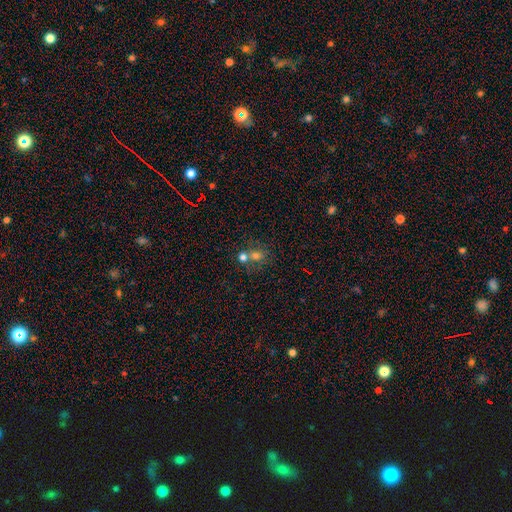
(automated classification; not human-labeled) Q: Smooth or featured?
A: smooth (58%); runner-up: star or artifact (24%)
Q: How rounded?
A: round (70%); runner-up: in between (29%)
Q: Merging?
A: none (44%); runner-up: merger (42%)